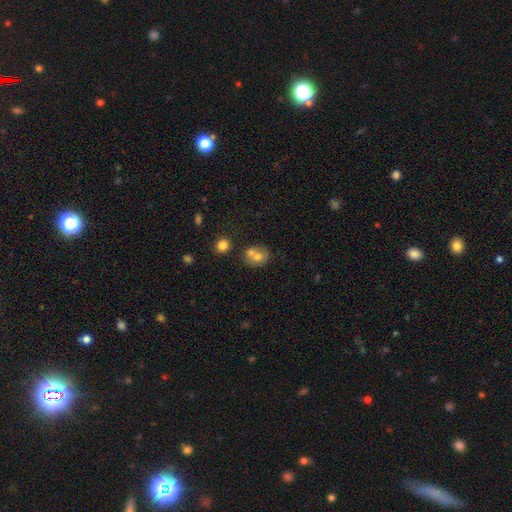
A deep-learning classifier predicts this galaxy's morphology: type=smooth (68%); roundness=round (64%); merging=merger (48%).